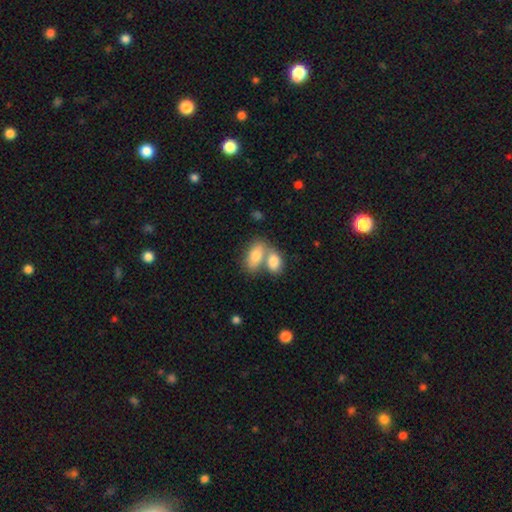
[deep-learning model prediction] Smooth or featured? smooth (80%)
How rounded? in between (90%)
Merging? merger (59%)